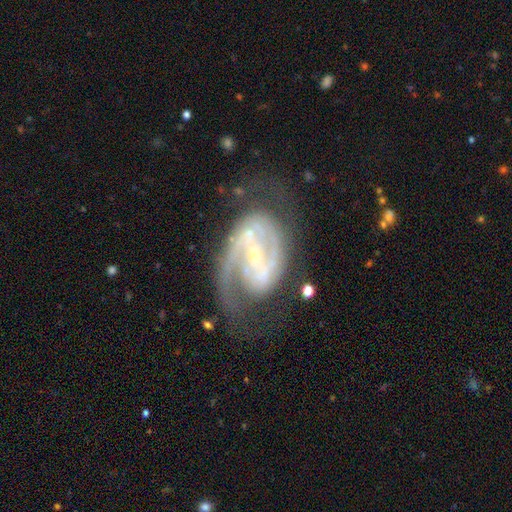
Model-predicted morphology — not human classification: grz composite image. It shows a featured or disk galaxy (89%) with a strong bar (47%), 2 (74%) medium (49%) spiral arms (96%) and a small central bulge (72%). Merging: none (58%).